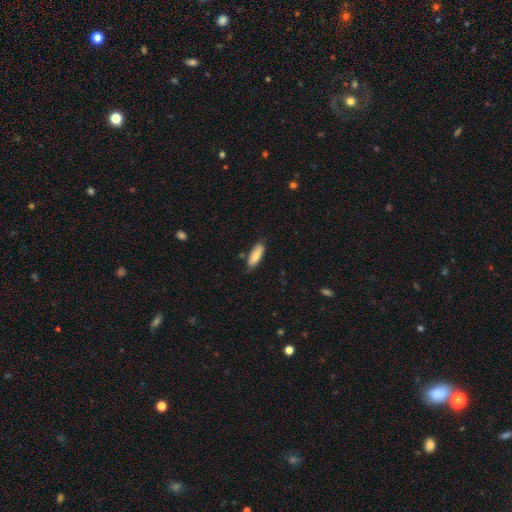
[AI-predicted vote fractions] The model was most divided on "how rounded": in between: 60%, cigar-shaped: 38%, round: 2%. More confident: smooth or featured — smooth (77%); merging — none (77%).